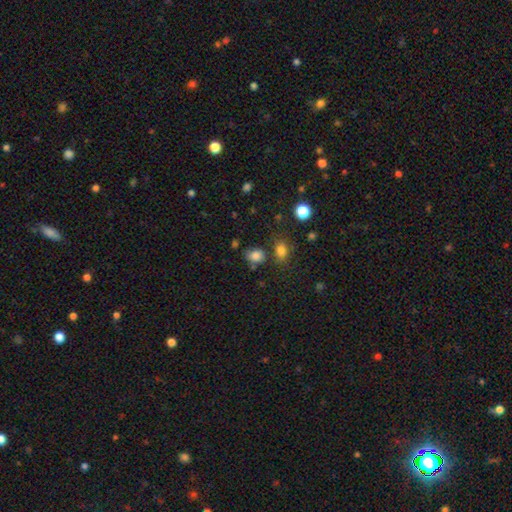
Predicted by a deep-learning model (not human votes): A smooth galaxy with no disk features (82%) that is in between round and cigar-shaped (51%).

Vote fractions:
- Smooth or featured? smooth: 82% / star or artifact: 13% / featured or disk: 5%
- How rounded? in between: 51% / round: 48% / cigar-shaped: 1%
- Merging? none: 69% / minor disturbance: 16% / merger: 10% / major disturbance: 5%